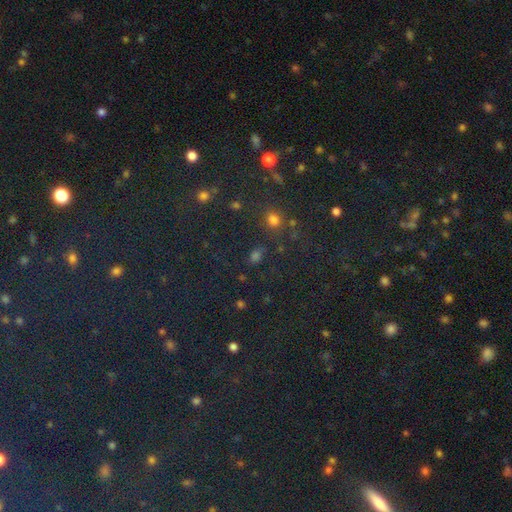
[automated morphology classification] A star or artifact, not a galaxy (67%).

Vote fractions:
- Smooth or featured? star or artifact: 67% / smooth: 26% / featured or disk: 8%